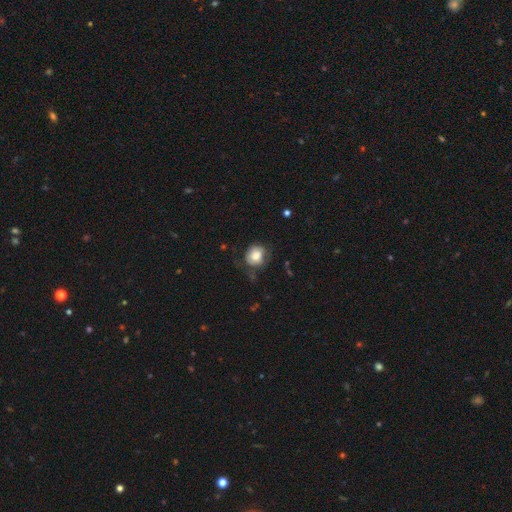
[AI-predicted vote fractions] A smooth galaxy with no disk features (75%) that is round (77%). Merging: none (55%).